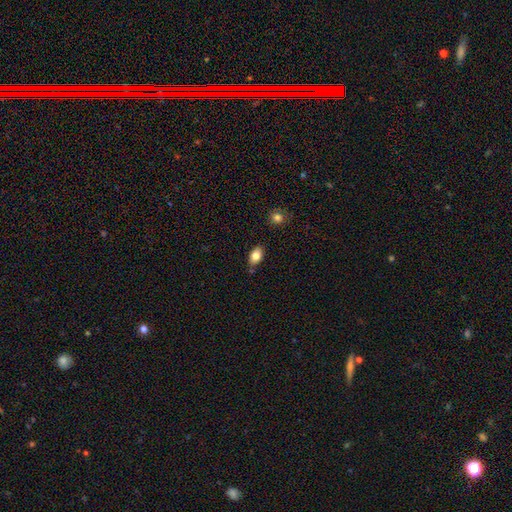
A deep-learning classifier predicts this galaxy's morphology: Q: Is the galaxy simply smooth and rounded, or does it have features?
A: smooth — 82%.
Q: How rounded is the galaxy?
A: in between — 89%.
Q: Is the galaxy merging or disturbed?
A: none — 79%.